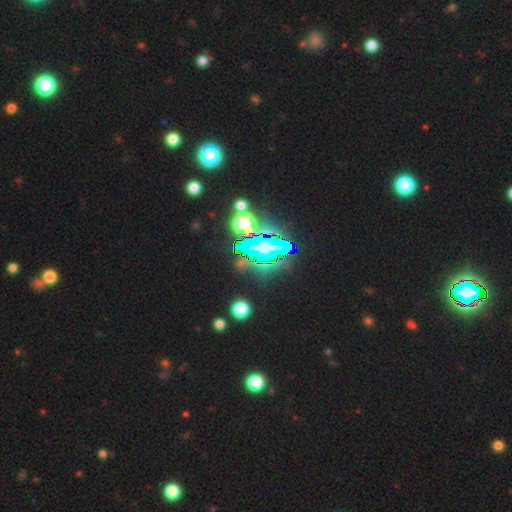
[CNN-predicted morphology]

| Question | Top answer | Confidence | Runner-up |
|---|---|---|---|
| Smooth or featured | star or artifact | 81% | smooth (12%) |